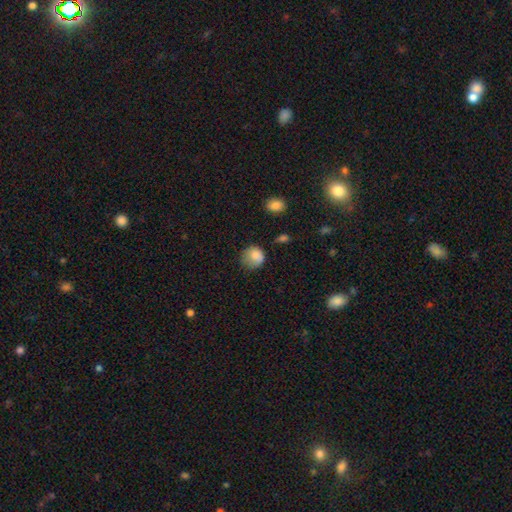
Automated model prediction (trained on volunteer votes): Smooth or featured: smooth — 83% (star or artifact — 9%)
How rounded: round — 79% (in between — 20%)
Merging: none — 52% (minor disturbance — 32%)